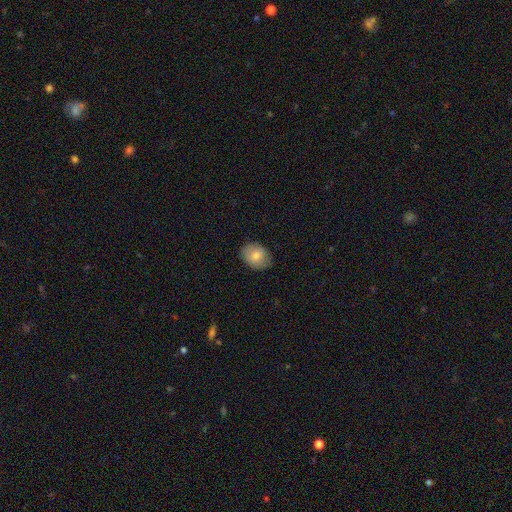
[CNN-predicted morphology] This appears to be a smooth galaxy with no disk features (78%) that is in between round and cigar-shaped (55%). Merging: none (81%).